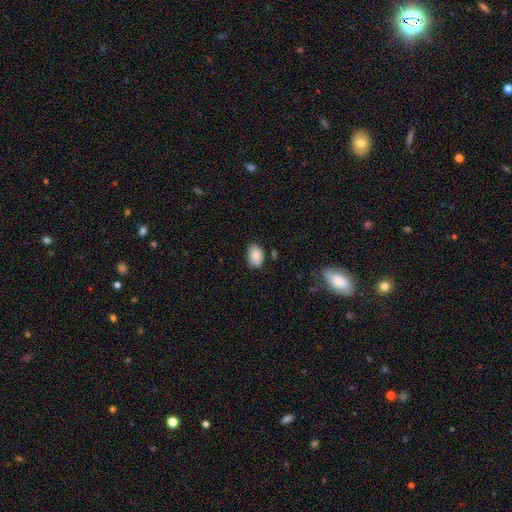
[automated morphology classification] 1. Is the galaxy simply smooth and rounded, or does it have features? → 85% smooth, 7% featured or disk, 7% star or artifact.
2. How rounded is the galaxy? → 87% in between, 12% round, 1% cigar-shaped.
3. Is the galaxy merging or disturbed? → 76% none, 18% minor disturbance, 3% major disturbance, 2% merger.